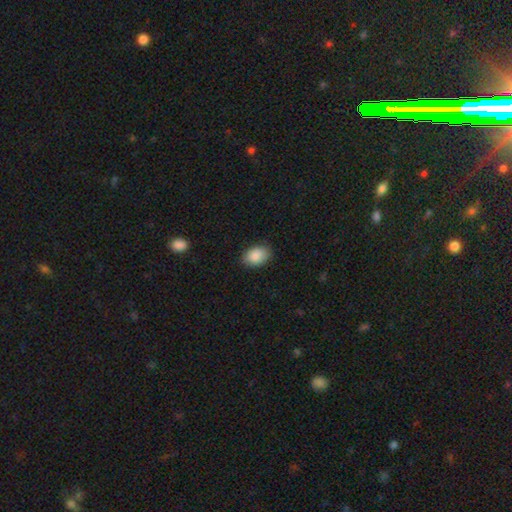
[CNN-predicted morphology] Smooth or featured?
  - smooth: 88% *
  - star or artifact: 7%
  - featured or disk: 5%
How rounded?
  - in between: 84% *
  - round: 15%
  - cigar-shaped: 1%
Merging?
  - none: 85% *
  - minor disturbance: 12%
  - major disturbance: 2%
  - merger: 1%